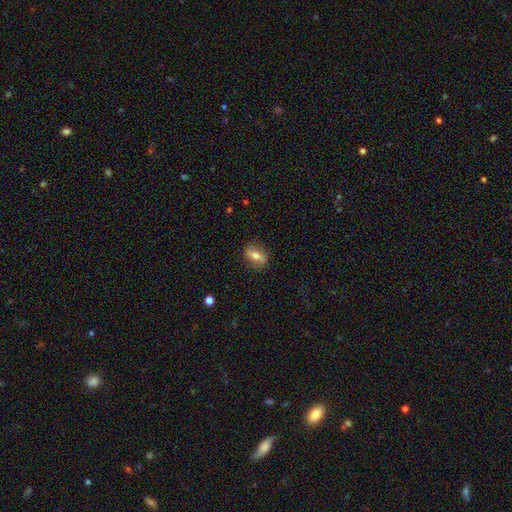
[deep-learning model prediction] Morphology: type=smooth (57%); roundness=in between (72%); merging=none (83%).